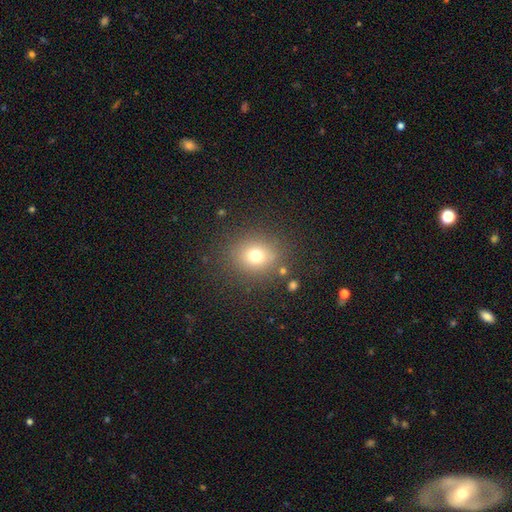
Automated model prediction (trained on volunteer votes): This appears to be a smooth galaxy with no disk features (73%) that is round (76%). Merging: none (83%).